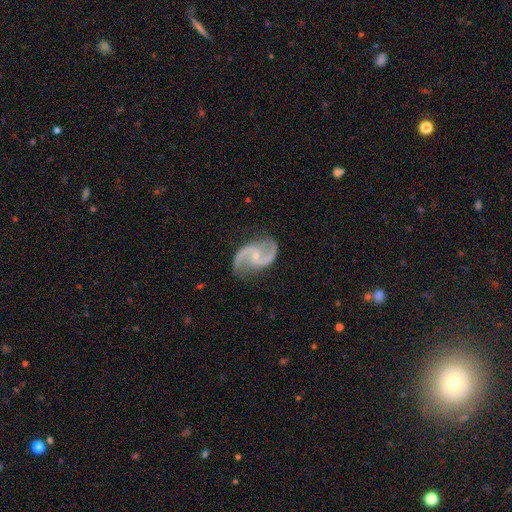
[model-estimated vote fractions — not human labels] The model was most divided on "bar": weak: 43%, no: 40%, strong: 16%. More confident: edge-on disk — no (98%); spiral arms — yes (98%); spiral arm count — 2 (94%); smooth or featured — featured or disk (93%); merging — none (81%); bulge size — small (72%); spiral winding — loose (54%).